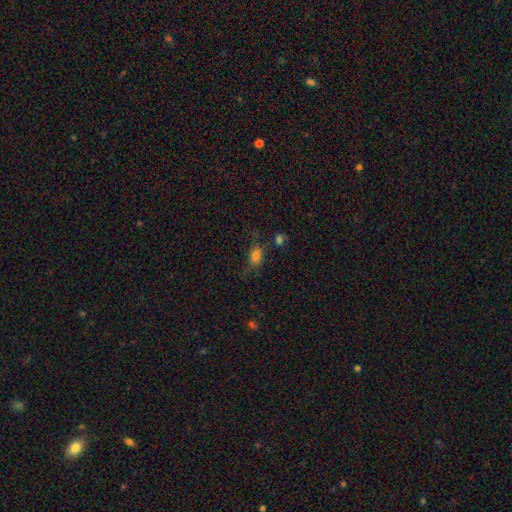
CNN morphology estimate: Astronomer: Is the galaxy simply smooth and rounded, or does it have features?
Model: smooth — 76%.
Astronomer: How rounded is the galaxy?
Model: in between — 81%.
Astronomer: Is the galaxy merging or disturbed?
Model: none — 50% (runner-up: minor disturbance, 26%).